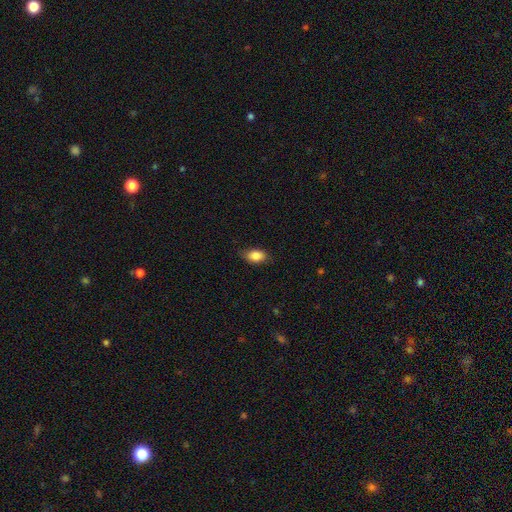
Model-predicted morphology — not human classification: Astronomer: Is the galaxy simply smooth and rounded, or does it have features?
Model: smooth — 85%.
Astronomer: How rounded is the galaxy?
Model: in between — 88%.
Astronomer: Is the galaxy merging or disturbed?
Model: none — 80%.